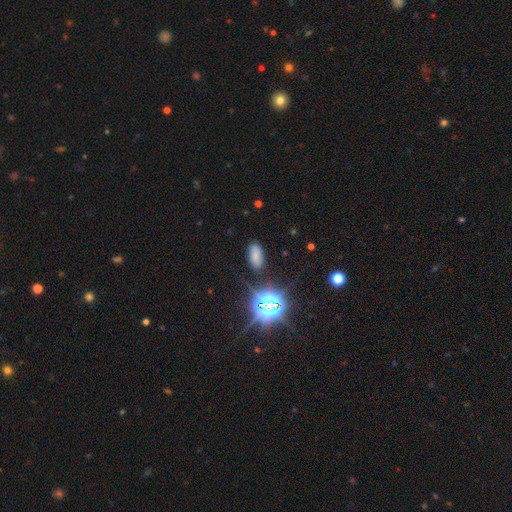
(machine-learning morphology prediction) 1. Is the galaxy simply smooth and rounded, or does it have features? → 65% smooth, 27% star or artifact, 8% featured or disk.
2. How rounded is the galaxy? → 92% in between, 4% round, 4% cigar-shaped.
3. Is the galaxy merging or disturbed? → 83% none, 12% minor disturbance, 4% major disturbance, 2% merger.